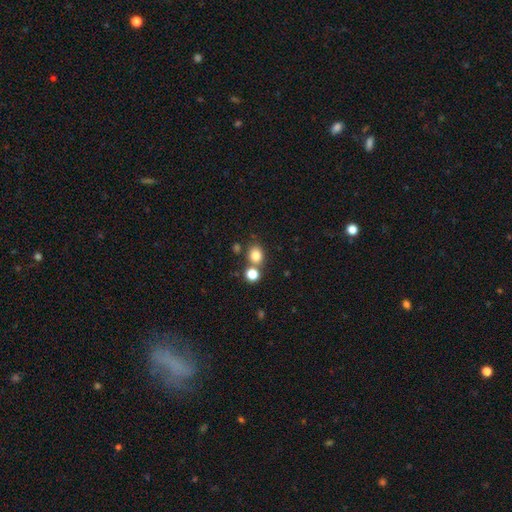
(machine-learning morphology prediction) smooth_or_featured: smooth (p=0.81) [alt: star or artifact p=0.13]
how_rounded: round (p=0.66) [alt: in between p=0.33]
merging: none (p=0.65) [alt: merger p=0.23]